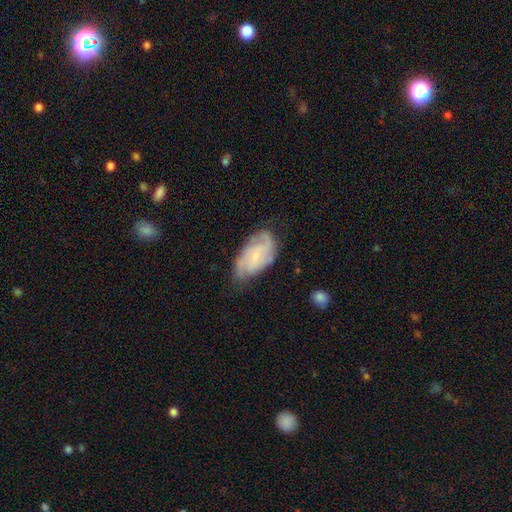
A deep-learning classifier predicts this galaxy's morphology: Q: Smooth or featured?
A: featured or disk (68%); runner-up: smooth (26%)
Q: Edge-on disk?
A: no (96%); runner-up: yes (4%)
Q: Bar?
A: no (53%); runner-up: weak (39%)
Q: Spiral arms?
A: yes (91%); runner-up: no (9%)
Q: Spiral winding?
A: medium (45%); runner-up: tight (36%)
Q: Spiral arm count?
A: 2 (36%); runner-up: can't tell (28%)
Q: Bulge size?
A: small (66%); runner-up: moderate (16%)
Q: Merging?
A: none (60%); runner-up: minor disturbance (29%)